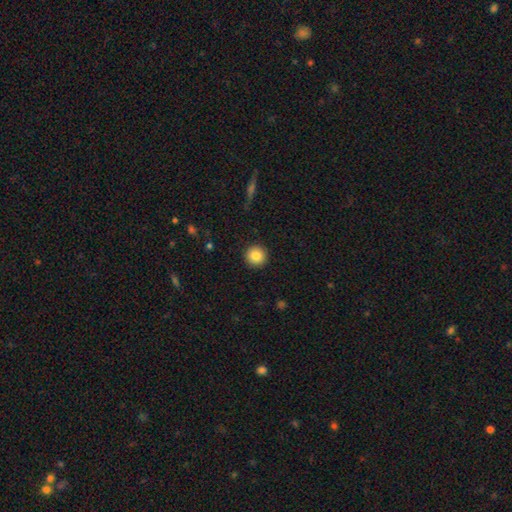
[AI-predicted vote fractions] This appears to be a smooth galaxy with no disk features (85%) that is round (95%). Merging: none (92%).